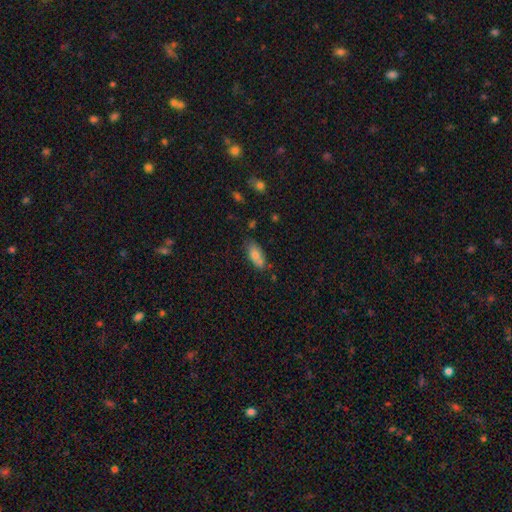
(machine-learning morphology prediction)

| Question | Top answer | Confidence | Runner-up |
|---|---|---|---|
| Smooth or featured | smooth | 78% | featured or disk (14%) |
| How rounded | in between | 83% | cigar-shaped (14%) |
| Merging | none | 60% | minor disturbance (20%) |